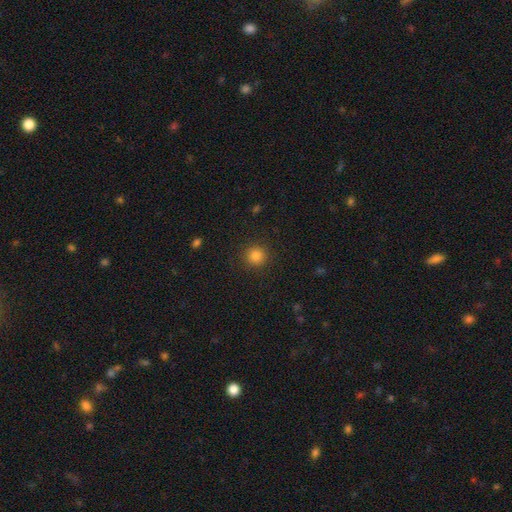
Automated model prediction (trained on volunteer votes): Smooth or featured? Predicted: smooth (p=0.84). How rounded? Predicted: round (p=0.93). Merging? Predicted: none (p=0.90).